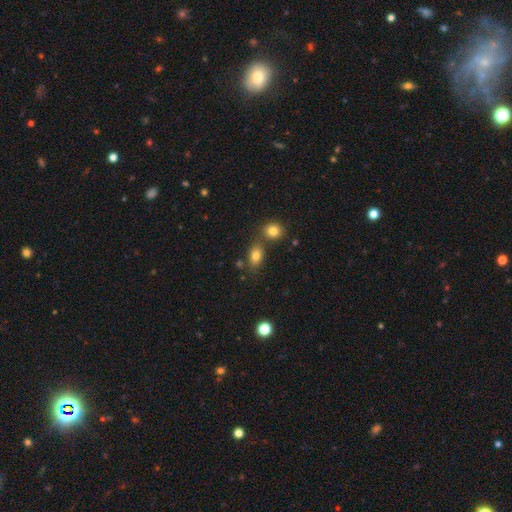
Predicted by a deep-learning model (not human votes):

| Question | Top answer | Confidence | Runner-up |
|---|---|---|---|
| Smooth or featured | smooth | 80% | star or artifact (11%) |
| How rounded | in between | 78% | round (19%) |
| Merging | none | 62% | merger (22%) |